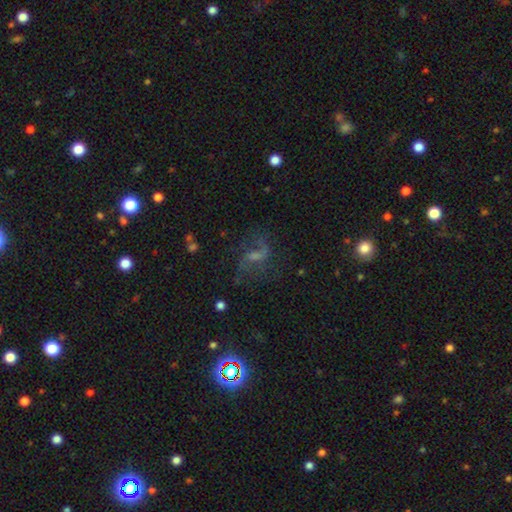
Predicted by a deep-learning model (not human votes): This appears to be a featured or disk galaxy (62%) with a weak bar (50%), 2 (77%) loose (63%) spiral arms (88%) and a small central bulge (41%). Merging: none (64%).